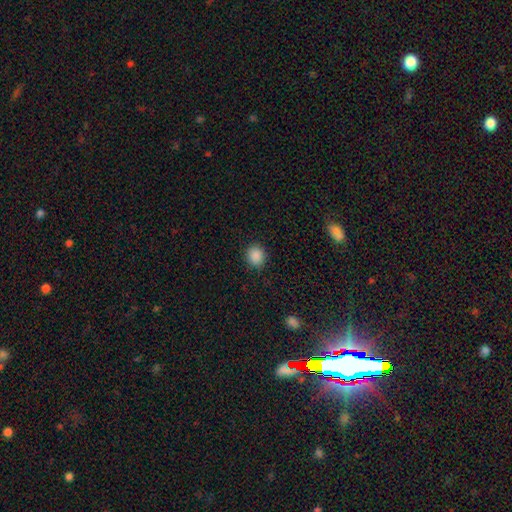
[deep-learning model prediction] The model was most divided on "how rounded": round: 80%, in between: 19%, cigar-shaped: 1%. More confident: merging — none (90%); smooth or featured — smooth (88%).